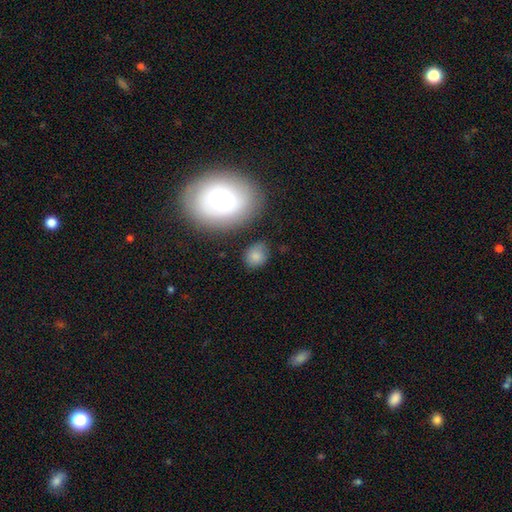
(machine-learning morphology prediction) smooth_or_featured: smooth (p=0.80) [alt: star or artifact p=0.11]
how_rounded: round (p=0.51) [alt: in between p=0.48]
merging: none (p=0.72) [alt: minor disturbance p=0.17]